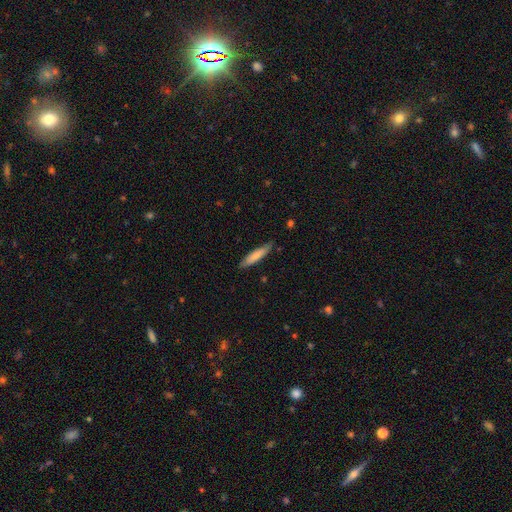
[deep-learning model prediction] Morphology: type=smooth (74%); roundness=cigar-shaped (87%); merging=none (84%).